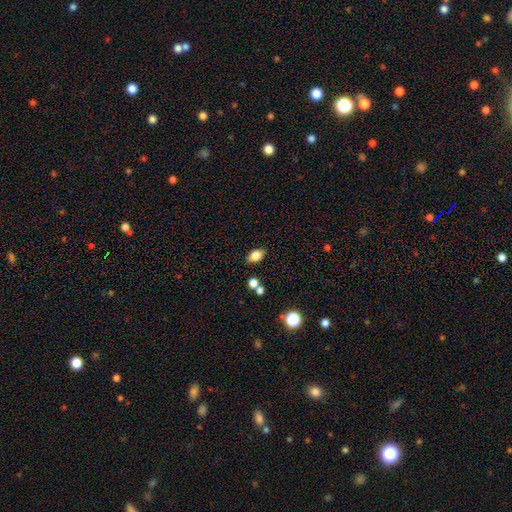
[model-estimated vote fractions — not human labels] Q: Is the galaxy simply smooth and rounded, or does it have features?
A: smooth — 81%.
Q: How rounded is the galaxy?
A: in between — 84%.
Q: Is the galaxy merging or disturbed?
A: none — 82%.